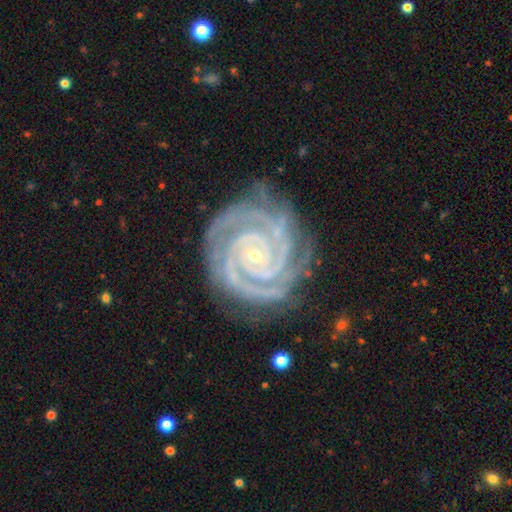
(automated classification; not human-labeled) Smooth or featured? featured or disk (93%)
Edge-on disk? no (98%)
Bar? no (68%)
Spiral arms? yes (99%)
Spiral winding? tight (86%)
Spiral arm count? 2 (48%)
Bulge size? small (85%)
Merging? none (77%)